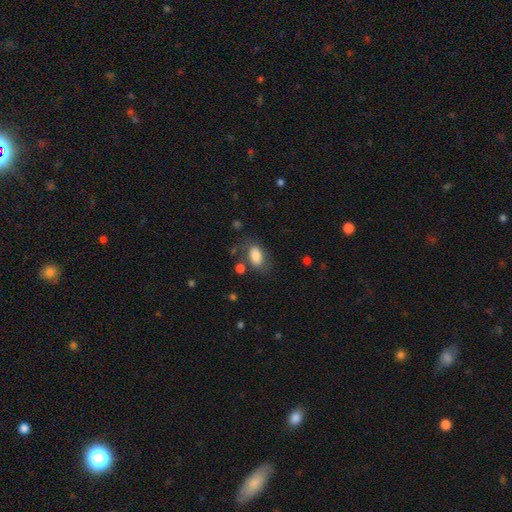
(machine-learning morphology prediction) Smooth or featured? Predicted: smooth (p=0.82). How rounded? Predicted: in between (p=0.91). Merging? Predicted: none (p=0.68).